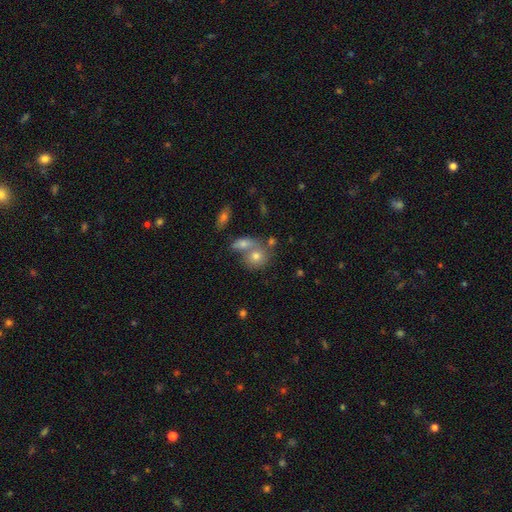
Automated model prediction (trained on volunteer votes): Smooth or featured? smooth (62%)
How rounded? round (70%)
Merging? none (47%)